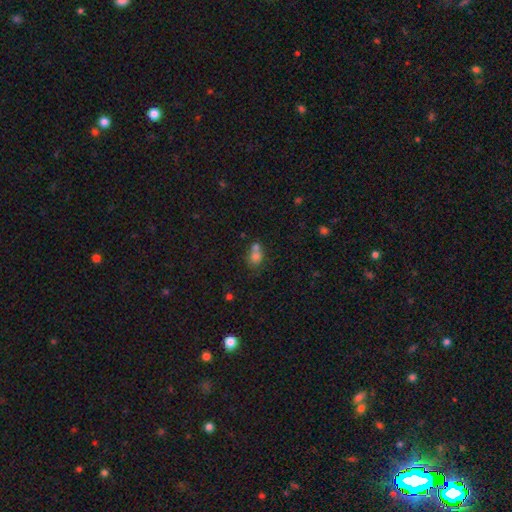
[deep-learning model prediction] smooth-or-featured: smooth: 71% | star or artifact: 15% | featured or disk: 13%
  how-rounded: round: 59% | in between: 39% | cigar-shaped: 1%
  merging: merger: 55% | none: 31% | minor disturbance: 9% | major disturbance: 4%